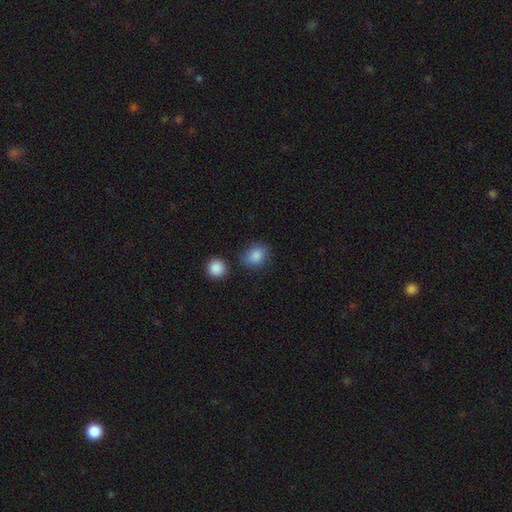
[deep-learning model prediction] Overall: smooth (86%). How rounded: in between (50%; round 48%). Merging: none (71%).